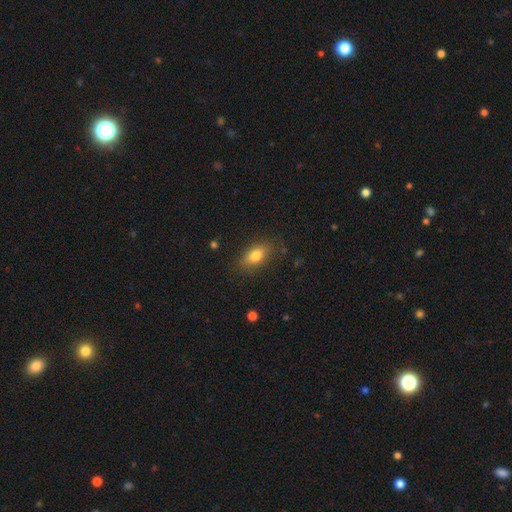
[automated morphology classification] smooth_or_featured: smooth (p=0.78) [alt: featured or disk p=0.13]
how_rounded: in between (p=0.82) [alt: cigar-shaped p=0.09]
merging: none (p=0.83) [alt: minor disturbance p=0.12]